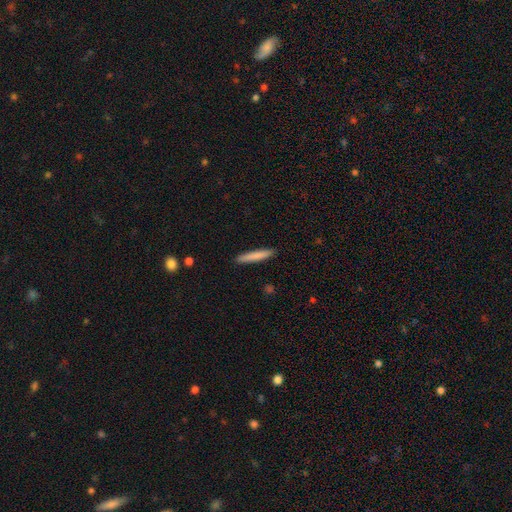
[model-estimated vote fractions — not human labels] Smooth or featured: smooth — 81% (featured or disk — 13%)
How rounded: cigar-shaped — 94% (in between — 5%)
Merging: none — 91% (minor disturbance — 6%)